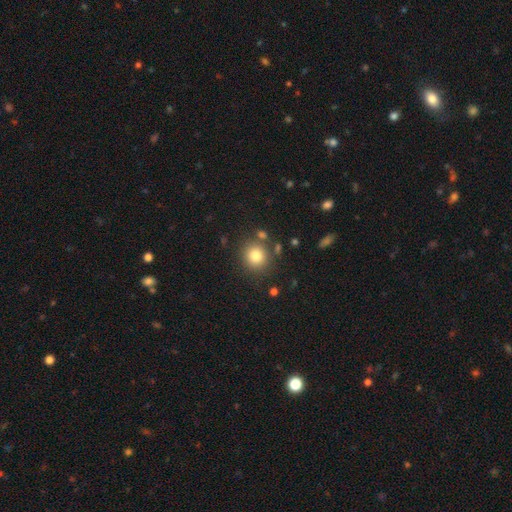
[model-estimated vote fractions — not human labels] A smooth galaxy with no disk features (80%) that is round (88%).

Vote fractions:
- Smooth or featured? smooth: 80% / star or artifact: 12% / featured or disk: 8%
- How rounded? round: 88% / in between: 11% / cigar-shaped: 1%
- Merging? none: 82% / minor disturbance: 9% / merger: 6% / major disturbance: 3%